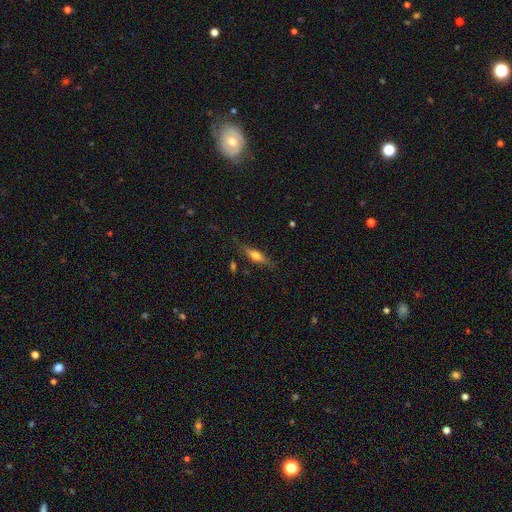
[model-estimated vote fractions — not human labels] Q: Smooth or featured?
A: smooth (49%); runner-up: featured or disk (44%)
Q: Merging?
A: none (78%); runner-up: minor disturbance (15%)